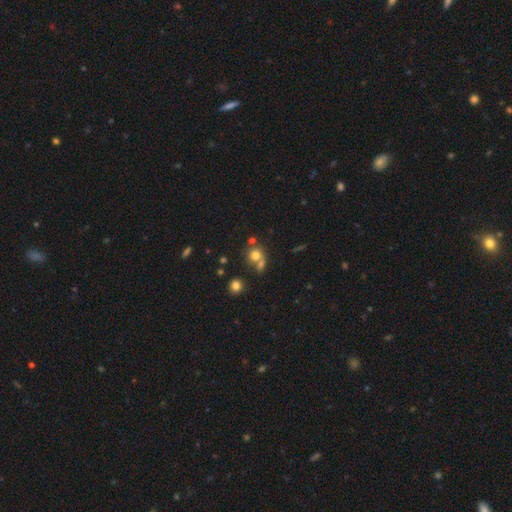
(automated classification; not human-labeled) Smooth or featured? smooth (73%)
How rounded? round (81%)
Merging? none (48%)